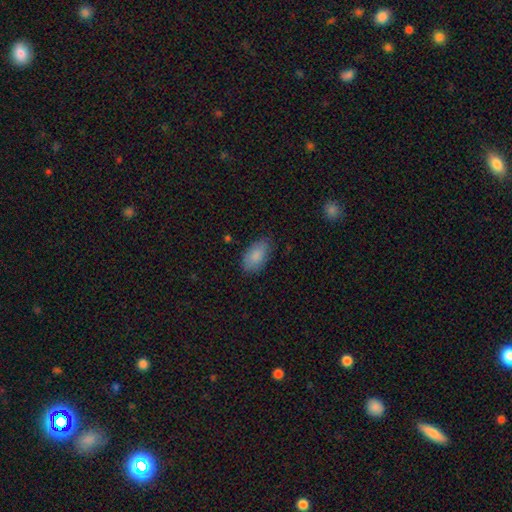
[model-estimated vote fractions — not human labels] Smooth or featured: smooth — 86% (featured or disk — 7%)
How rounded: in between — 93% (round — 4%)
Merging: none — 80% (minor disturbance — 16%)